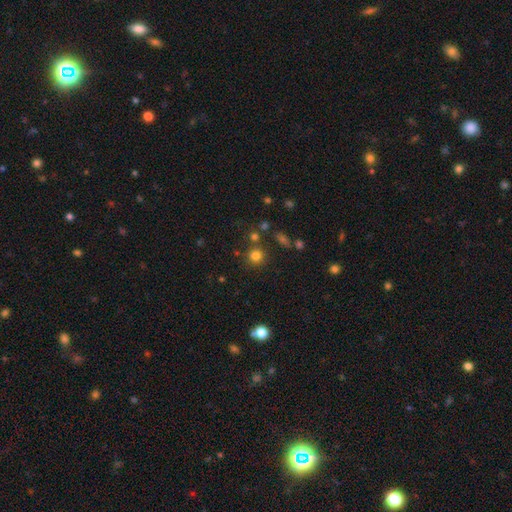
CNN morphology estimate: Smooth or featured? smooth (77%)
How rounded? round (92%)
Merging? none (81%)